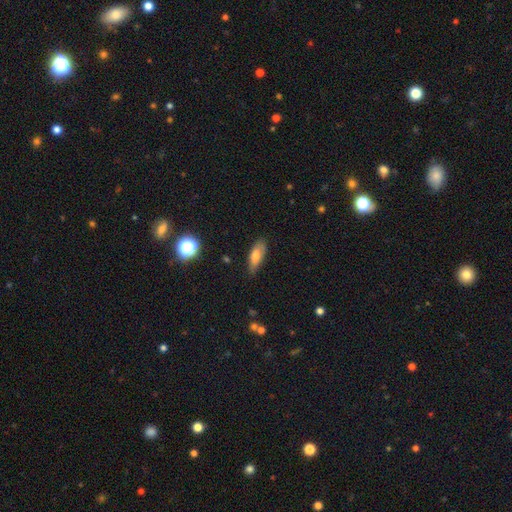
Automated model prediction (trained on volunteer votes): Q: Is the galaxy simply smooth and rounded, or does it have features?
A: smooth — 74%.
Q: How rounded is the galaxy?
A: in between — 73%.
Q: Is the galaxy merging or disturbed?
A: none — 74%.